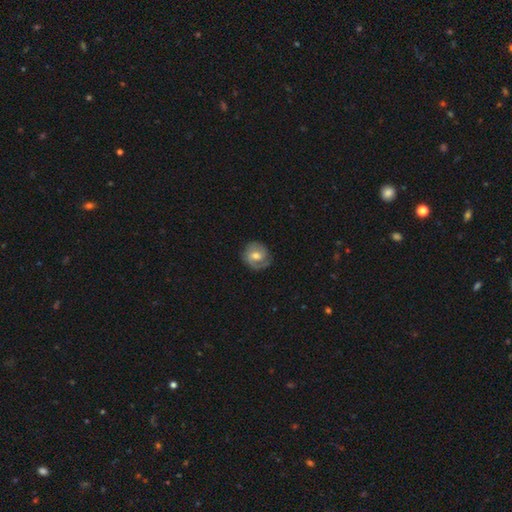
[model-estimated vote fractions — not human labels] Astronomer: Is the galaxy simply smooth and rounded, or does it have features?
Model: featured or disk — 61%.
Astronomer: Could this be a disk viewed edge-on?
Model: no — 97%.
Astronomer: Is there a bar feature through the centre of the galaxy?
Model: weak — 45% (runner-up: no, 44%).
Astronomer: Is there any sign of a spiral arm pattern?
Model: yes — 86%.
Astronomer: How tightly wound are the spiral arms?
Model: tight — 51% (runner-up: medium, 35%).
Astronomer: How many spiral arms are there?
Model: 2 — 52% (runner-up: 1, 30%).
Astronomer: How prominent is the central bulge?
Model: moderate — 67%.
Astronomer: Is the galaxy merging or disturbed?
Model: none — 76%.